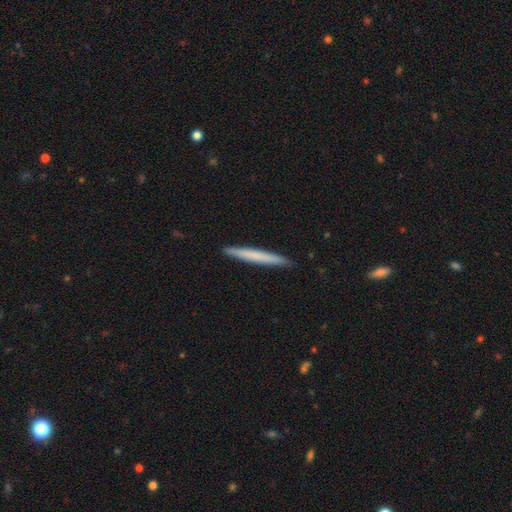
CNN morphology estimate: Smooth or featured? smooth (65%)
How rounded? cigar-shaped (97%)
Merging? none (92%)